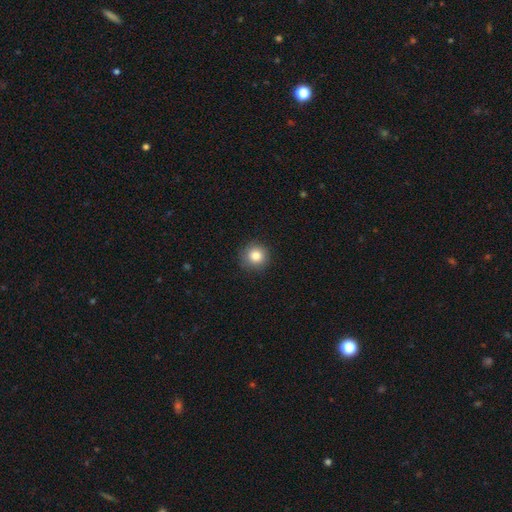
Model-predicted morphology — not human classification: type=smooth (84%); roundness=round (93%); merging=none (89%).